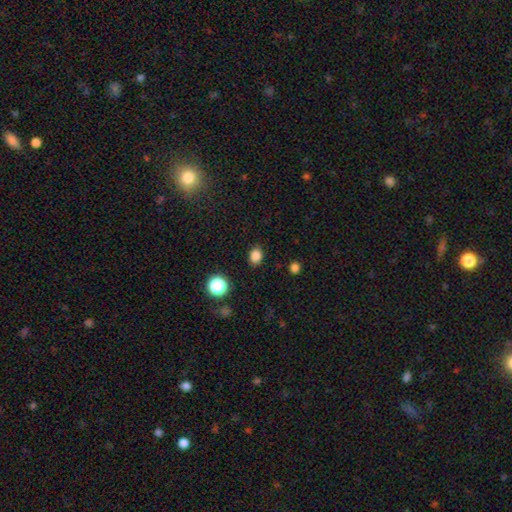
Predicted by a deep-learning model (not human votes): Smooth or featured: smooth — 83% (star or artifact — 13%)
How rounded: in between — 57% (round — 42%)
Merging: none — 87% (minor disturbance — 9%)